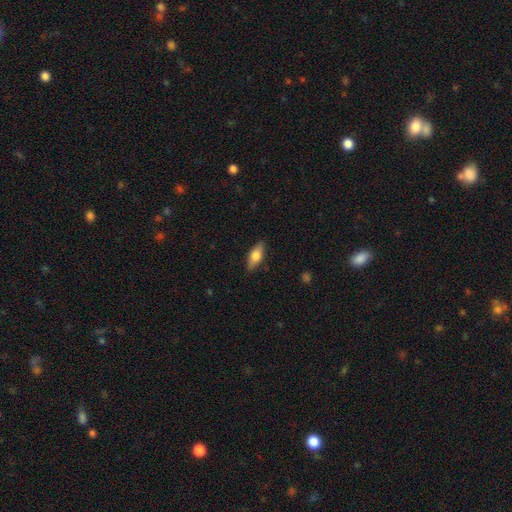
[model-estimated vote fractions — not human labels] Smooth or featured? smooth (68%)
How rounded? in between (77%)
Merging? none (86%)